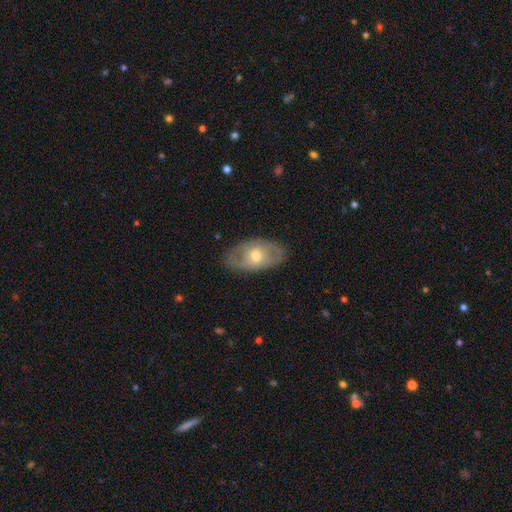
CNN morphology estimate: Q: Smooth or featured?
A: featured or disk (57%); runner-up: smooth (36%)
Q: Edge-on disk?
A: no (88%); runner-up: yes (12%)
Q: Bar?
A: no (77%); runner-up: weak (18%)
Q: Spiral arms?
A: no (51%); runner-up: yes (49%)
Q: Bulge size?
A: moderate (66%); runner-up: small (29%)
Q: Merging?
A: none (80%); runner-up: minor disturbance (15%)